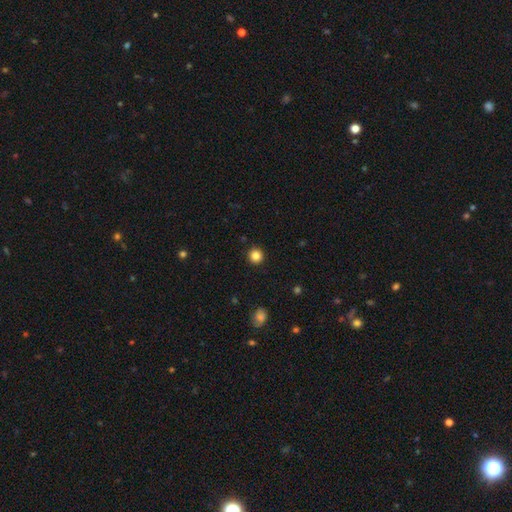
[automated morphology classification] This is clearly a smooth galaxy (84%). How rounded: clearly round (95%). Merging: clearly none (93%).